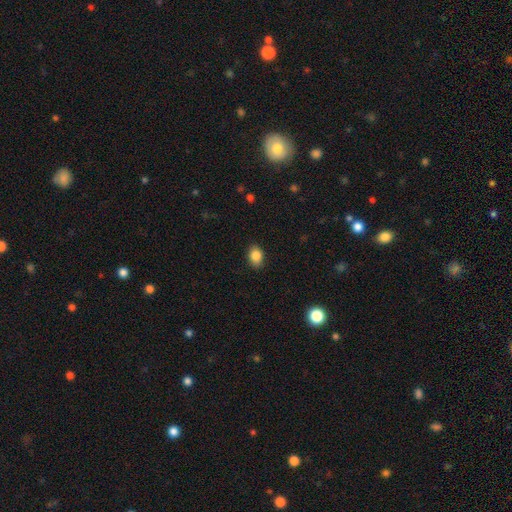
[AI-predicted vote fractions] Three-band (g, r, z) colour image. It shows a smooth galaxy with no disk features (85%) that is in between round and cigar-shaped (76%). Merging: none (87%).